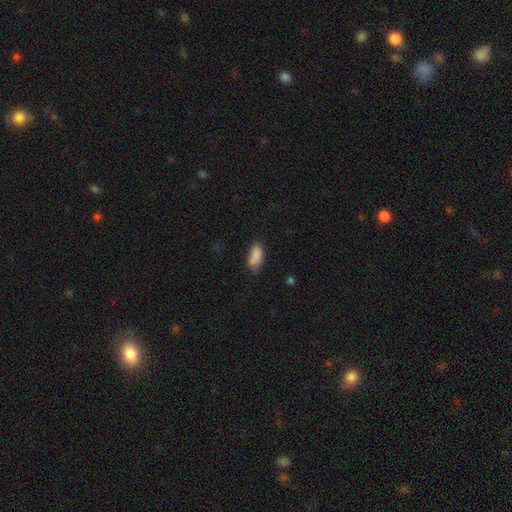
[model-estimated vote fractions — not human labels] A smooth galaxy with no disk features (83%) that is in between round and cigar-shaped (87%).

Vote fractions:
- Smooth or featured? smooth: 83% / featured or disk: 9% / star or artifact: 9%
- How rounded? in between: 87% / cigar-shaped: 10% / round: 3%
- Merging? none: 53% / minor disturbance: 30% / major disturbance: 10% / merger: 8%